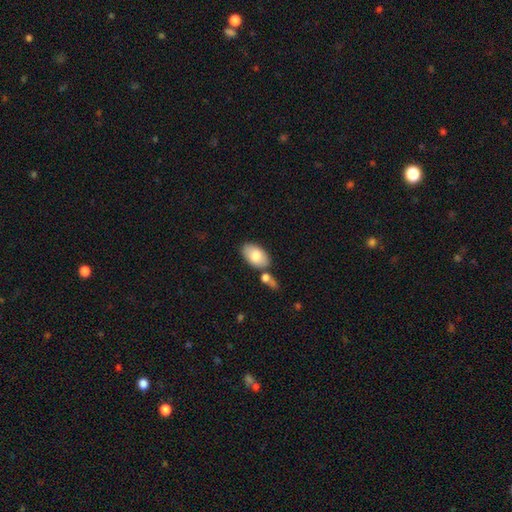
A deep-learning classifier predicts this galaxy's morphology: Smooth or featured?
  - smooth: 79% *
  - featured or disk: 15%
  - star or artifact: 6%
How rounded?
  - in between: 94% *
  - round: 4%
  - cigar-shaped: 2%
Merging?
  - none: 69% *
  - merger: 15%
  - minor disturbance: 13%
  - major disturbance: 3%